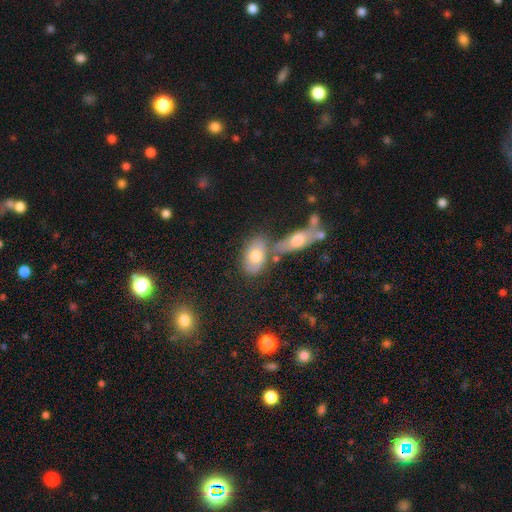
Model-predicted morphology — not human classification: A smooth galaxy with no disk features (65%) that is in between round and cigar-shaped (87%).

Vote fractions:
- Smooth or featured? smooth: 65% / featured or disk: 29% / star or artifact: 7%
- How rounded? in between: 87% / round: 9% / cigar-shaped: 4%
- Merging? none: 54% / merger: 28% / minor disturbance: 14% / major disturbance: 5%